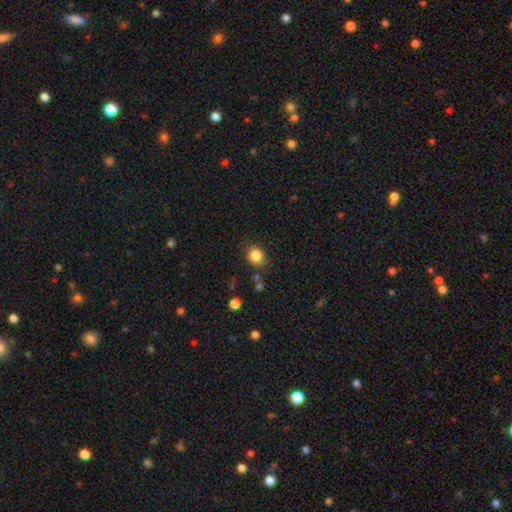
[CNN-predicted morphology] smooth-or-featured: smooth: 84% | star or artifact: 11% | featured or disk: 5%
  how-rounded: round: 76% | in between: 23% | cigar-shaped: 1%
  merging: none: 80% | minor disturbance: 13% | merger: 4% | major disturbance: 4%